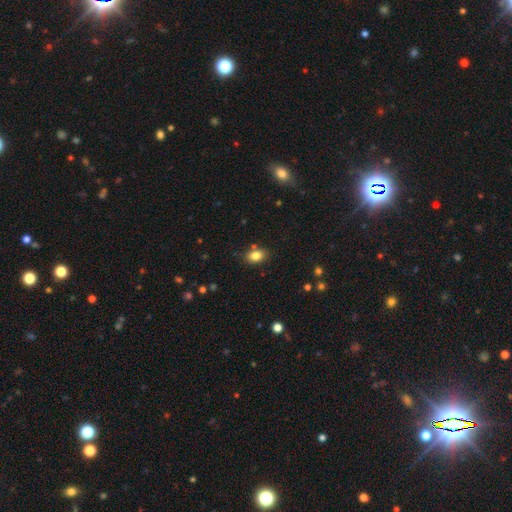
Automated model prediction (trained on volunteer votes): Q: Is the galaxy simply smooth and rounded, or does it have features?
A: smooth — 82%.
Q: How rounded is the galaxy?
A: in between — 80%.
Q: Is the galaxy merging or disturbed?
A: none — 80%.